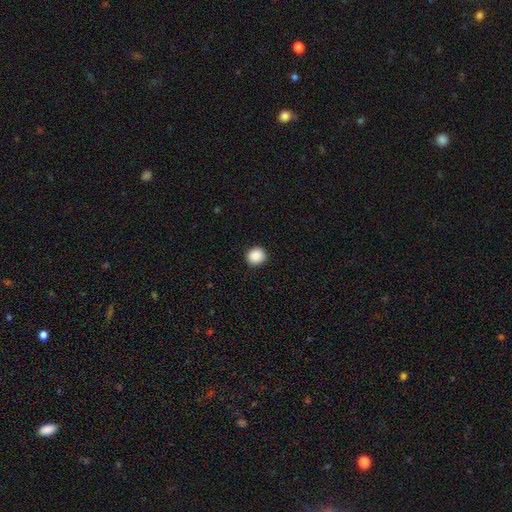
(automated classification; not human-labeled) Overall: smooth (89%). How rounded: round (86%). Merging: none (91%).